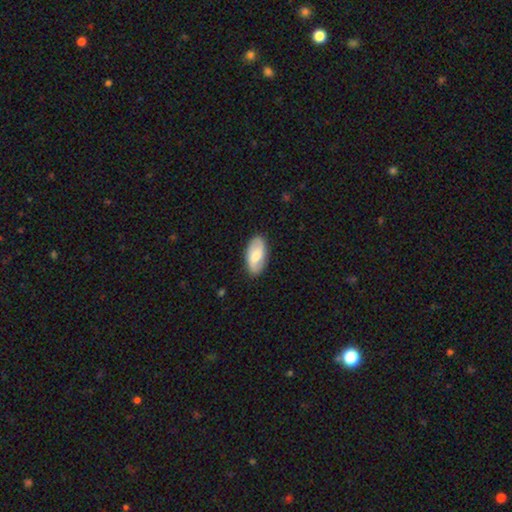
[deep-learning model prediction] Q: Smooth or featured?
A: smooth (50%); runner-up: featured or disk (45%)
Q: Merging?
A: none (86%); runner-up: minor disturbance (11%)